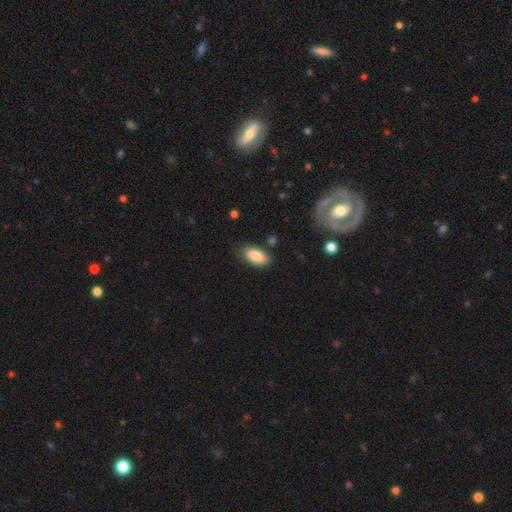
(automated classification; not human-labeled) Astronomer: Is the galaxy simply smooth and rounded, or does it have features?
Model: smooth — 85%.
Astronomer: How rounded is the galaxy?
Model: in between — 92%.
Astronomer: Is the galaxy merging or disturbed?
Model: none — 77%.